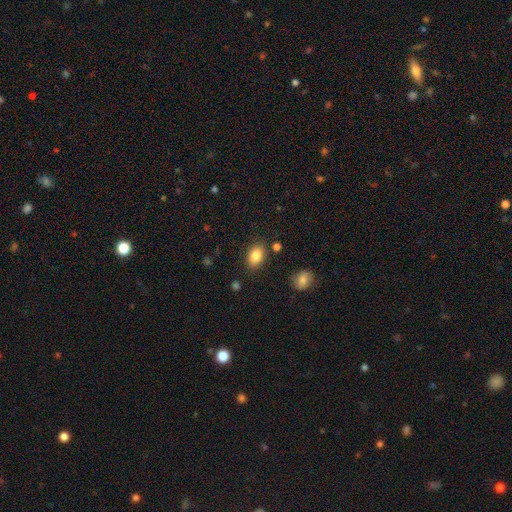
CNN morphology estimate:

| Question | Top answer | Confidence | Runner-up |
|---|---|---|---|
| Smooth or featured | smooth | 85% | star or artifact (8%) |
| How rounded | in between | 86% | round (13%) |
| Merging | none | 84% | minor disturbance (11%) |